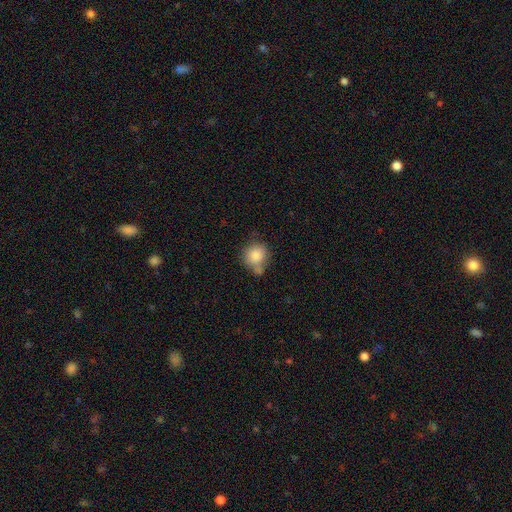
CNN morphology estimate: The model was most divided on "merging": none: 51%, minor disturbance: 24%, merger: 18%, major disturbance: 7%. More confident: smooth or featured — smooth (84%); how rounded — round (81%).